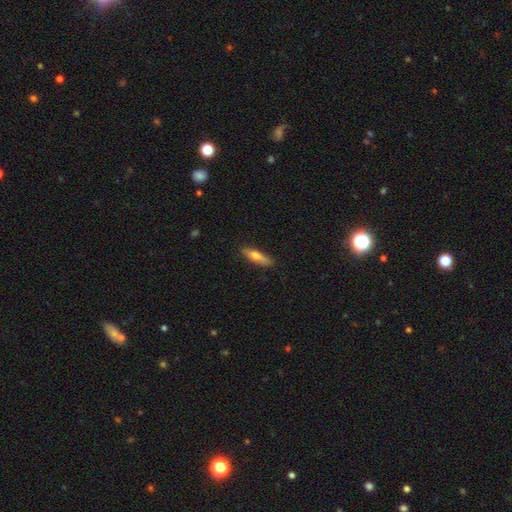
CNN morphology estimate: Smooth or featured?
  - smooth: 65% *
  - featured or disk: 29%
  - star or artifact: 6%
How rounded?
  - cigar-shaped: 72% *
  - in between: 26%
  - round: 2%
Merging?
  - none: 84% *
  - minor disturbance: 12%
  - major disturbance: 2%
  - merger: 1%